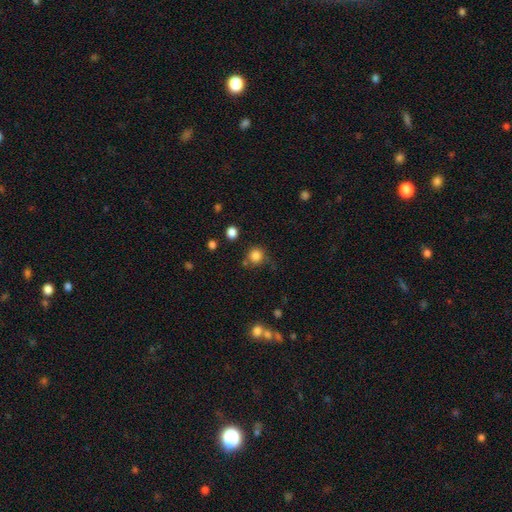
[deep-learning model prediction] Smooth or featured? Predicted: smooth (p=0.83). How rounded? Predicted: round (p=0.91). Merging? Predicted: none (p=0.73).